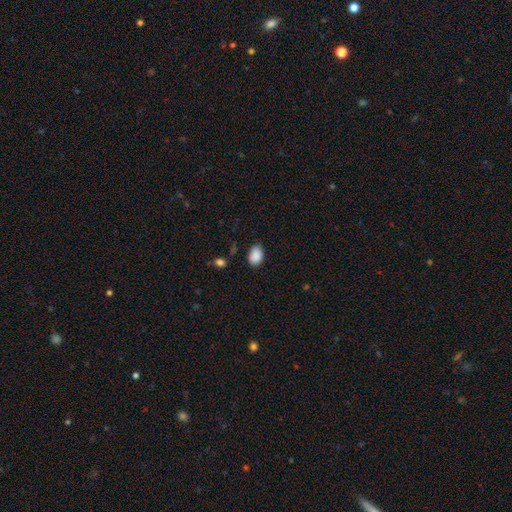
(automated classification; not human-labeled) Overall: smooth (89%). How rounded: in between (81%). Merging: none (80%).